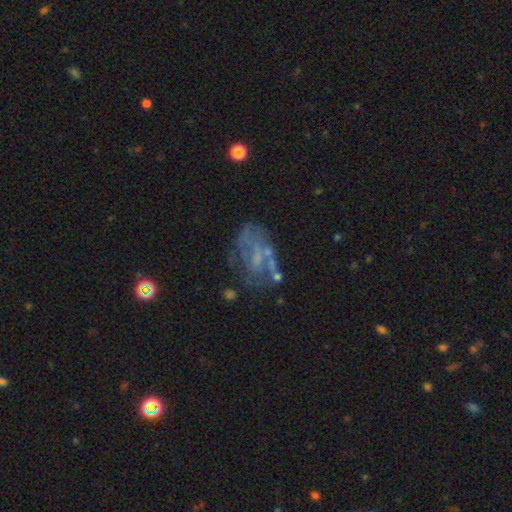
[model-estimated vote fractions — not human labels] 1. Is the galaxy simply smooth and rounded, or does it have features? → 60% featured or disk, 21% smooth, 20% star or artifact.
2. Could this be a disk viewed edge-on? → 96% no, 4% yes.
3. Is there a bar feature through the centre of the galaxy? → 67% no, 25% weak, 9% strong.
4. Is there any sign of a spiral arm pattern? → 62% no, 38% yes.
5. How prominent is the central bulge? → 57% none, 29% small, 11% moderate, 2% large, 1% dominant.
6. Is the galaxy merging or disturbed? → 47% none, 26% major disturbance, 20% minor disturbance, 8% merger.